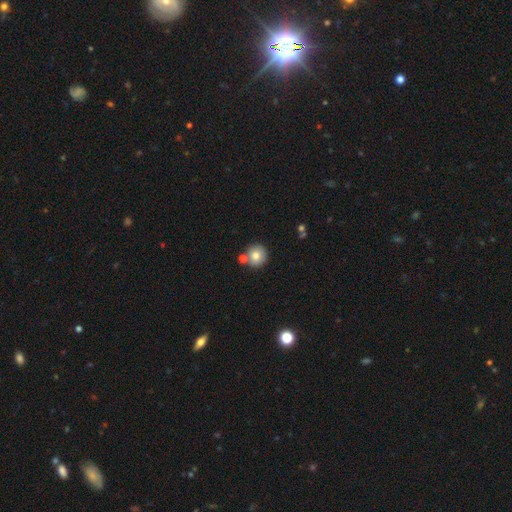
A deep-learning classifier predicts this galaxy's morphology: A smooth galaxy with no disk features (79%) that is round (93%).

Vote fractions:
- Smooth or featured? smooth: 79% / featured or disk: 11% / star or artifact: 10%
- How rounded? round: 93% / in between: 6% / cigar-shaped: 1%
- Merging? none: 72% / merger: 17% / minor disturbance: 9% / major disturbance: 2%